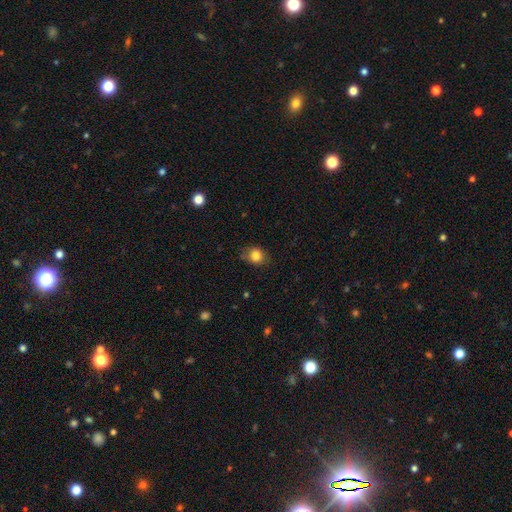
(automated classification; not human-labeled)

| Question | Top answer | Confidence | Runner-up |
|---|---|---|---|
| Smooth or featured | smooth | 83% | star or artifact (10%) |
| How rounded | round | 59% | in between (40%) |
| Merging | none | 69% | minor disturbance (24%) |